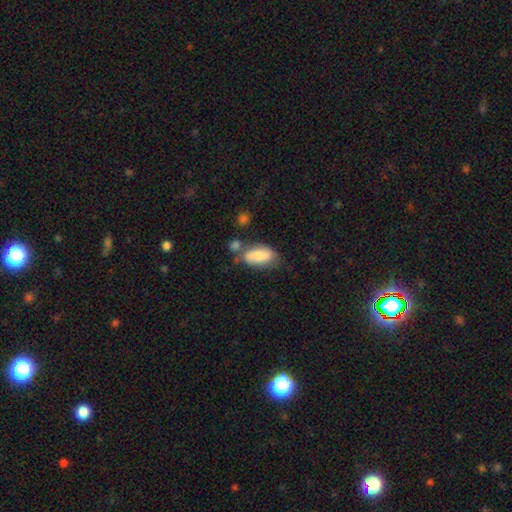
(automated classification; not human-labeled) Smooth or featured? smooth (71%)
How rounded? in between (87%)
Merging? none (50%)